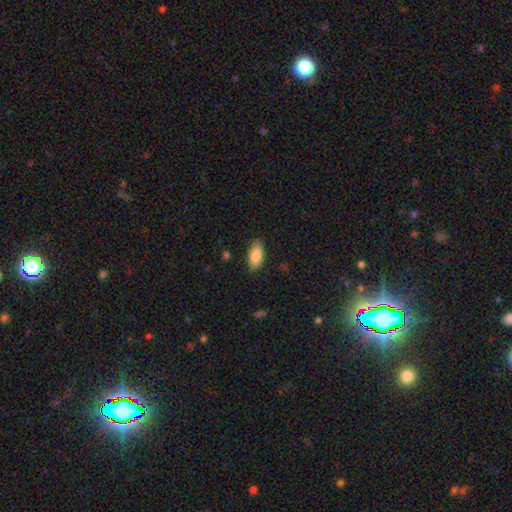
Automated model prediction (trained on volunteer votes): A smooth galaxy with no disk features (85%) that is in between round and cigar-shaped (90%).

Vote fractions:
- Smooth or featured? smooth: 85% / featured or disk: 8% / star or artifact: 6%
- How rounded? in between: 90% / cigar-shaped: 8% / round: 2%
- Merging? none: 84% / minor disturbance: 12% / major disturbance: 2% / merger: 1%